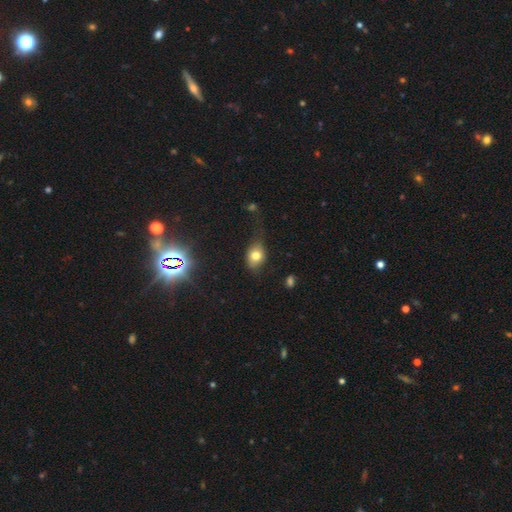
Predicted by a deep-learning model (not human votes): Q: Smooth or featured?
A: smooth (73%); runner-up: featured or disk (14%)
Q: How rounded?
A: in between (65%); runner-up: round (34%)
Q: Merging?
A: none (57%); runner-up: minor disturbance (27%)